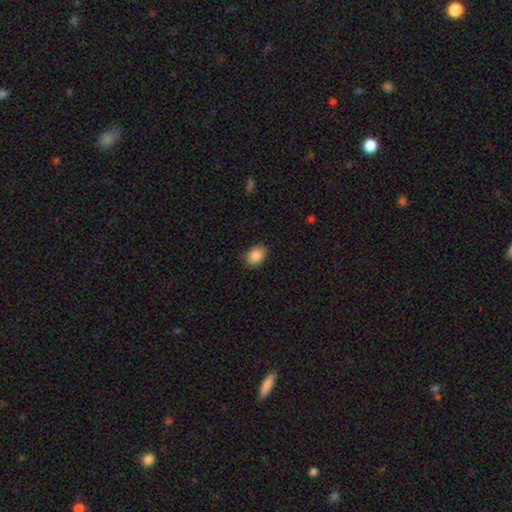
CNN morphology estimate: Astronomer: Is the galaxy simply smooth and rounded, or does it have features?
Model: smooth — 88%.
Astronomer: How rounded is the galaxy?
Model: in between — 74%.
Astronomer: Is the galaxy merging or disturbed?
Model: none — 84%.